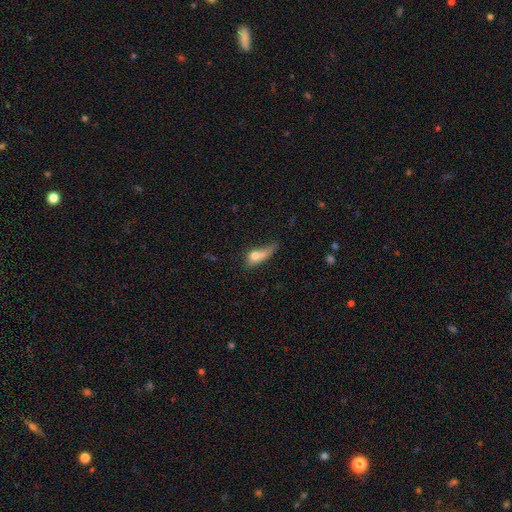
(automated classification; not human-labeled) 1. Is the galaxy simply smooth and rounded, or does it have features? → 66% smooth, 24% featured or disk, 10% star or artifact.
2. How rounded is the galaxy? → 61% in between, 25% cigar-shaped, 14% round.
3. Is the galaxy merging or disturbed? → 38% major disturbance, 24% minor disturbance, 22% none, 16% merger.